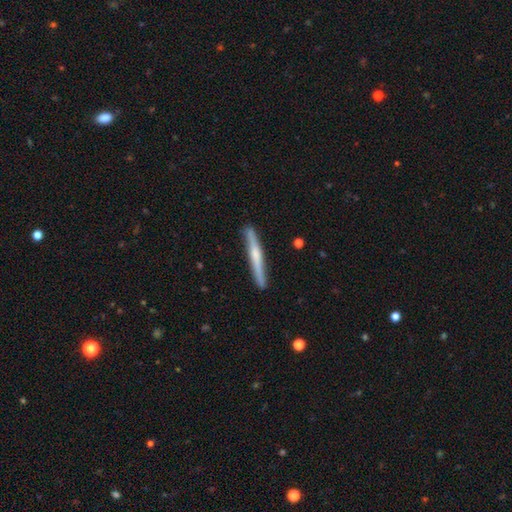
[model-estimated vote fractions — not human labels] Smooth or featured?
  - featured or disk: 56% *
  - smooth: 39%
  - star or artifact: 5%
Edge-on disk?
  - yes: 96% *
  - no: 4%
Edge-on bulge?
  - rounded: 58% *
  - none: 30%
  - boxy: 12%
Merging?
  - none: 88% *
  - minor disturbance: 9%
  - major disturbance: 2%
  - merger: 1%